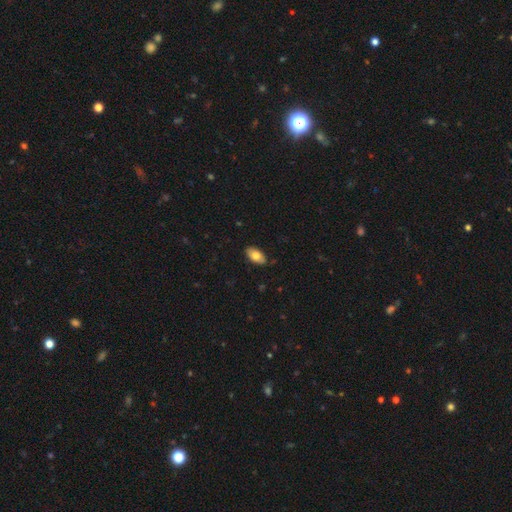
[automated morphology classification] smooth 76%, featured or disk 17%, star or artifact 6%. Down the decision tree: how rounded — in between (94%); merging — none (85%).